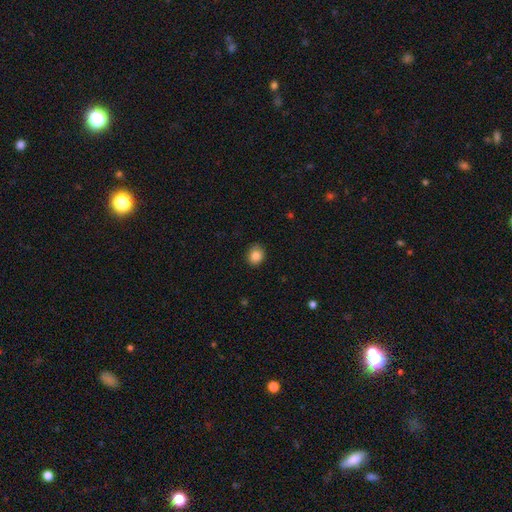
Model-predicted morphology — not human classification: smooth-or-featured: smooth: 86% | star or artifact: 10% | featured or disk: 4%
  how-rounded: round: 67% | in between: 32% | cigar-shaped: 1%
  merging: none: 87% | minor disturbance: 9% | major disturbance: 2% | merger: 1%